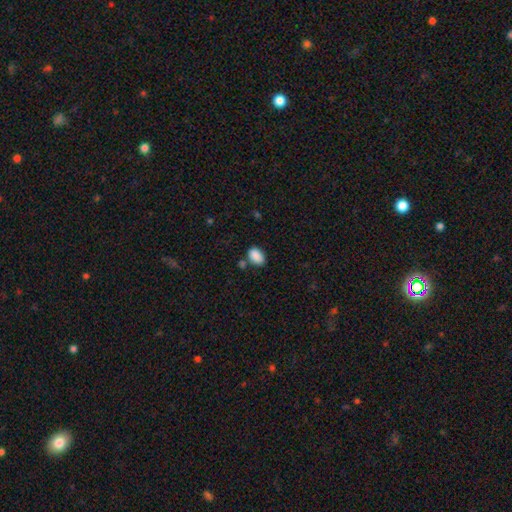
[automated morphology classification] Smooth or featured: smooth — 88% (star or artifact — 8%)
How rounded: in between — 86% (round — 13%)
Merging: none — 70% (minor disturbance — 15%)